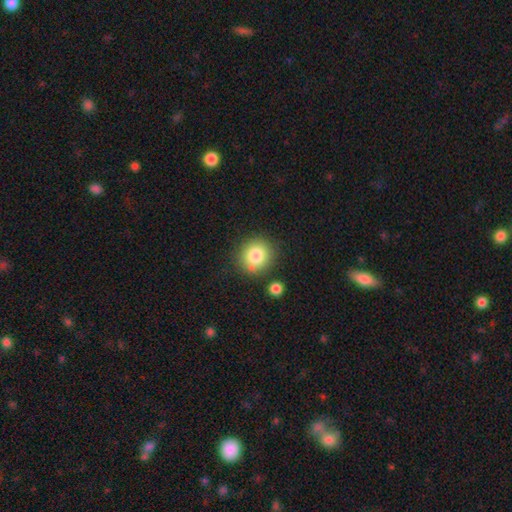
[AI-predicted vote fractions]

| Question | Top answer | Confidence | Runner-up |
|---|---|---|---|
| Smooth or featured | smooth | 83% | star or artifact (10%) |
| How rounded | round | 86% | in between (13%) |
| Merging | none | 77% | minor disturbance (11%) |